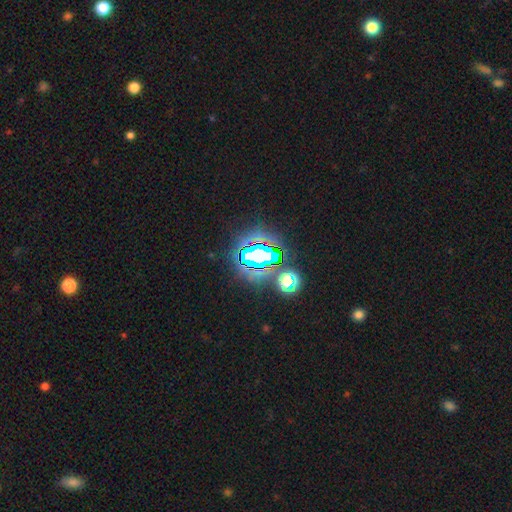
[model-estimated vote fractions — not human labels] A star or artifact, not a galaxy (70%).